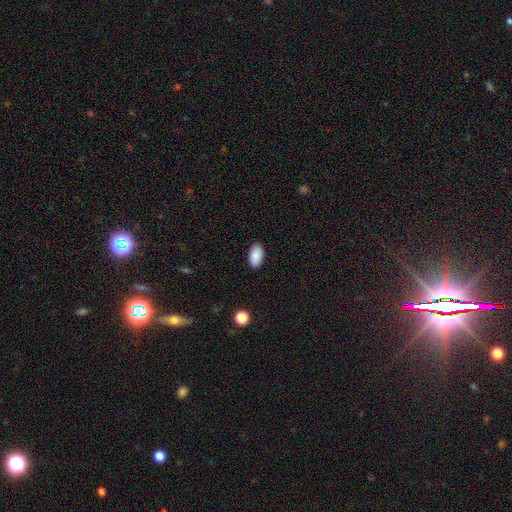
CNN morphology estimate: Smooth or featured: smooth — 88% (star or artifact — 7%)
How rounded: in between — 95% (round — 4%)
Merging: none — 89% (minor disturbance — 8%)